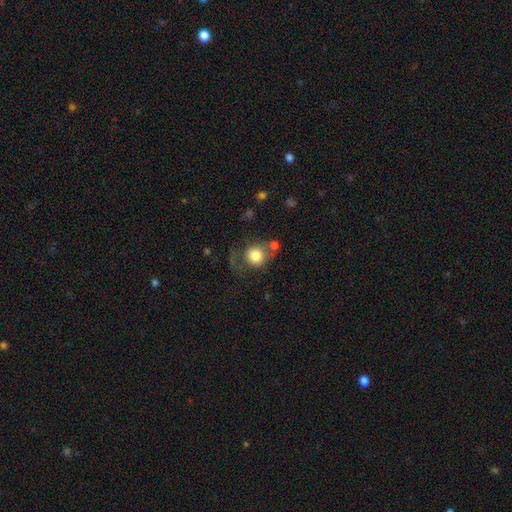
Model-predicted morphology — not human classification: smooth 79%, featured or disk 12%, star or artifact 9%. Down the decision tree: how rounded — round (85%); merging — none (51%).